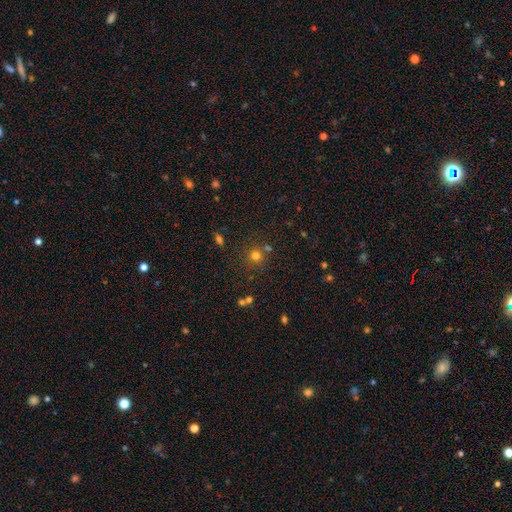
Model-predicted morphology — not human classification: The model was most divided on "smooth or featured": smooth: 73%, star or artifact: 20%, featured or disk: 7%. More confident: how rounded — round (91%); merging — none (76%).